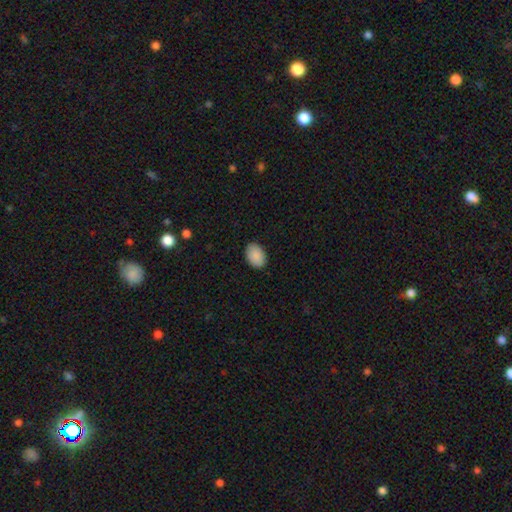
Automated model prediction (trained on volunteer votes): Smooth or featured? Predicted: smooth (p=0.91). How rounded? Predicted: in between (p=0.84). Merging? Predicted: none (p=0.89).